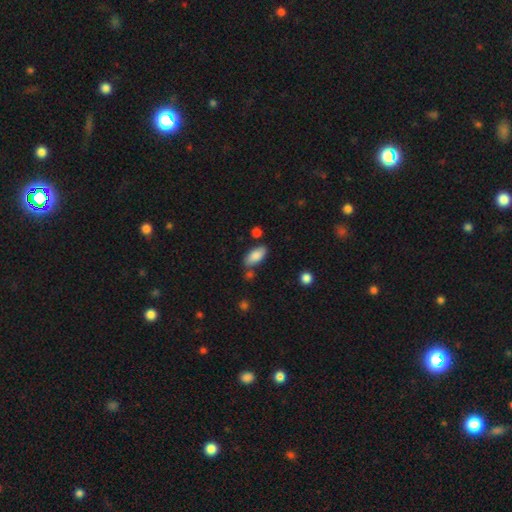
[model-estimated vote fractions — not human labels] smooth-or-featured: smooth: 84% | featured or disk: 9% | star or artifact: 7%
  how-rounded: in between: 86% | cigar-shaped: 11% | round: 2%
  merging: none: 73% | minor disturbance: 15% | merger: 9% | major disturbance: 3%